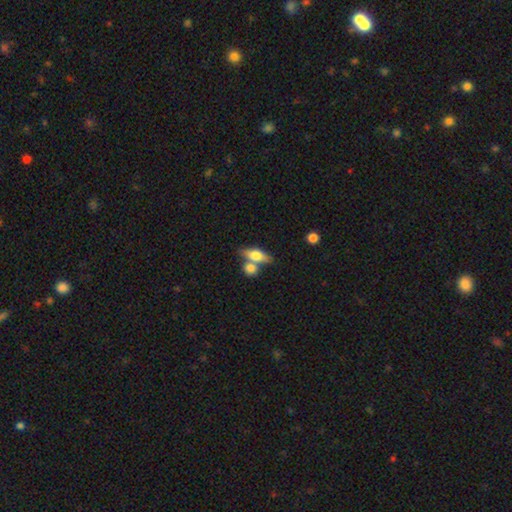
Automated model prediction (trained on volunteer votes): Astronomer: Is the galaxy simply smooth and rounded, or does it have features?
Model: smooth — 59%.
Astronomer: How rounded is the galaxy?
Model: in between — 63%.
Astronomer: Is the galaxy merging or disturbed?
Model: none — 48% (runner-up: merger, 37%).